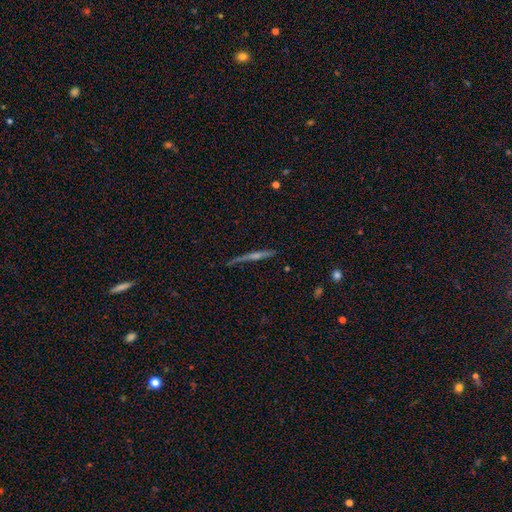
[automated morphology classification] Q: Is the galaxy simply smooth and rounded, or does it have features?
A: featured or disk — 69%.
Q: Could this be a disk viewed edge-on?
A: yes — 97%.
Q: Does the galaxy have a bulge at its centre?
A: rounded — 63%.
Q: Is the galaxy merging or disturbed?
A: none — 80%.